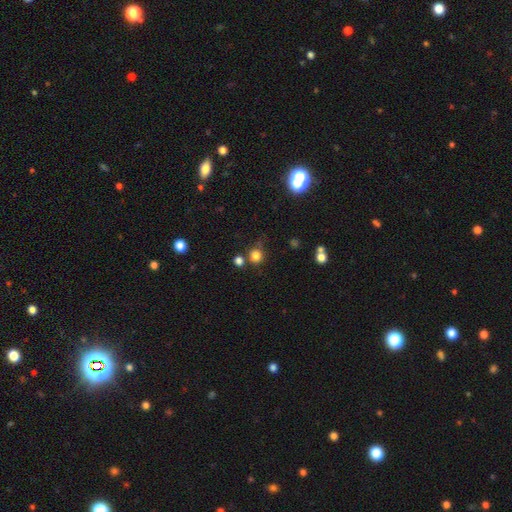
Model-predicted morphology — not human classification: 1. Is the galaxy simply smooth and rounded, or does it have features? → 81% smooth, 14% star or artifact, 5% featured or disk.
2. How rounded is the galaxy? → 88% round, 11% in between, 1% cigar-shaped.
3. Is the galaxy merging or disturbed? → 71% none, 13% minor disturbance, 11% merger, 5% major disturbance.